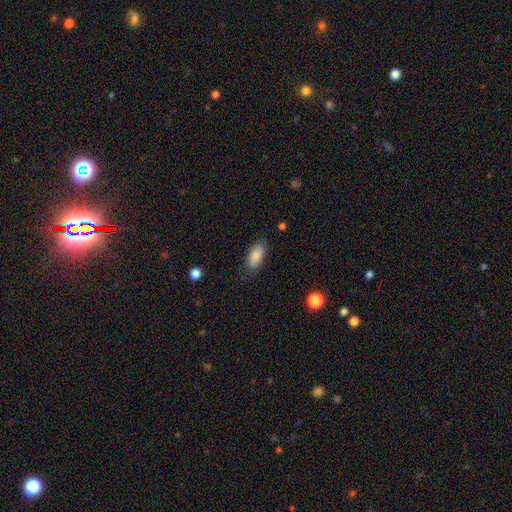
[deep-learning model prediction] This is clearly a smooth galaxy (88%). How rounded: clearly in between (88%). Merging: clearly none (83%).